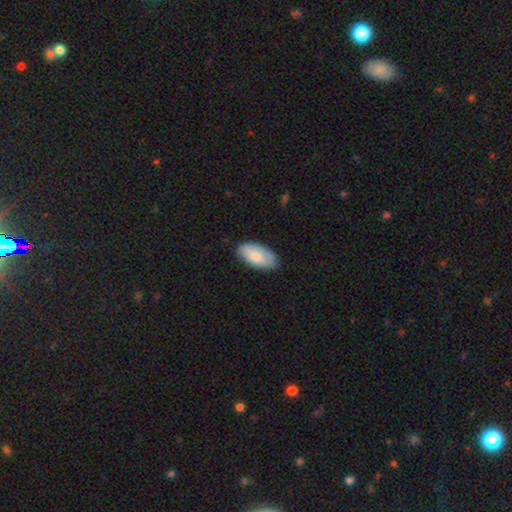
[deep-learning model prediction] smooth 84%, featured or disk 10%, star or artifact 5%. Down the decision tree: how rounded — in between (95%); merging — none (78%).